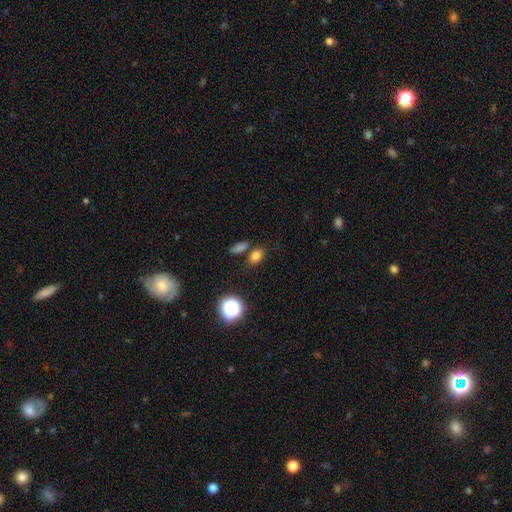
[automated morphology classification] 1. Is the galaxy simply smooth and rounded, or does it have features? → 78% smooth, 15% star or artifact, 6% featured or disk.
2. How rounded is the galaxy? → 75% in between, 22% round, 4% cigar-shaped.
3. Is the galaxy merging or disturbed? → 72% none, 13% merger, 11% minor disturbance, 4% major disturbance.